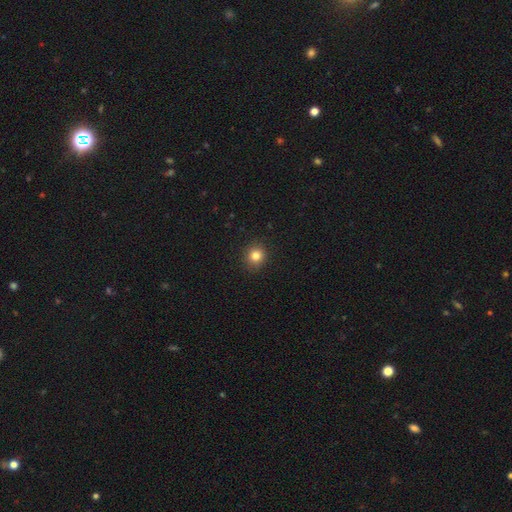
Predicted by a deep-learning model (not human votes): Morphology: type=smooth (82%); roundness=round (87%); merging=none (90%).